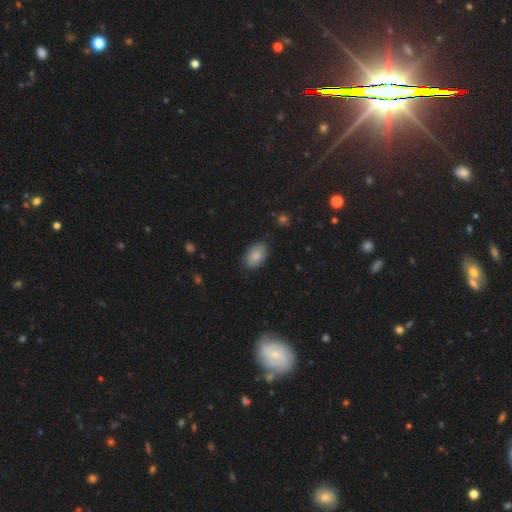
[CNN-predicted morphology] Q: Smooth or featured?
A: smooth (80%); runner-up: featured or disk (13%)
Q: How rounded?
A: in between (91%); runner-up: round (8%)
Q: Merging?
A: none (81%); runner-up: minor disturbance (15%)